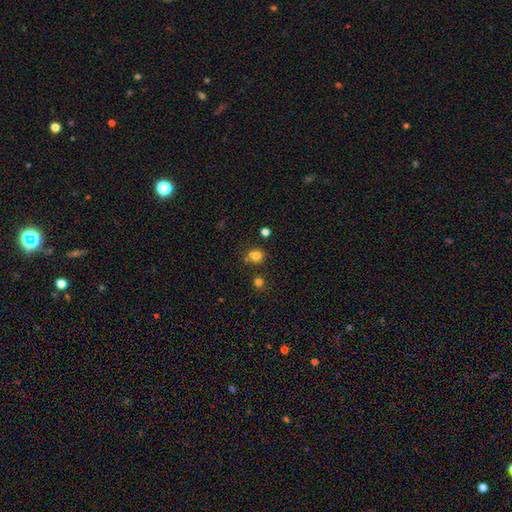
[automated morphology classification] The model was most divided on "how rounded": round: 65%, in between: 34%, cigar-shaped: 1%. More confident: smooth or featured — smooth (77%); merging — none (63%).